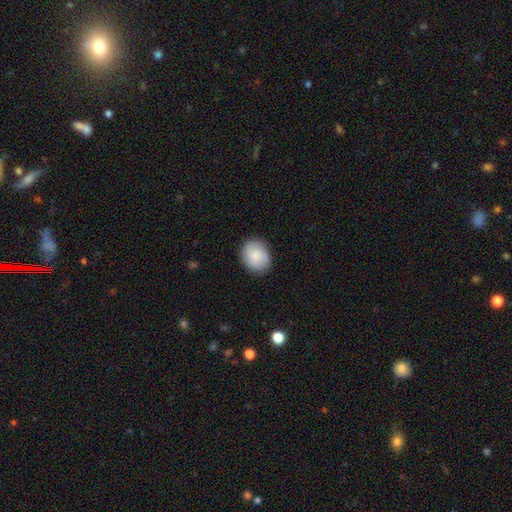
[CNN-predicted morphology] A smooth galaxy with no disk features (83%) that is round (57%).

Vote fractions:
- Smooth or featured? smooth: 83% / featured or disk: 11% / star or artifact: 6%
- How rounded? round: 57% / in between: 42% / cigar-shaped: 1%
- Merging? none: 83% / minor disturbance: 14% / major disturbance: 3% / merger: 1%